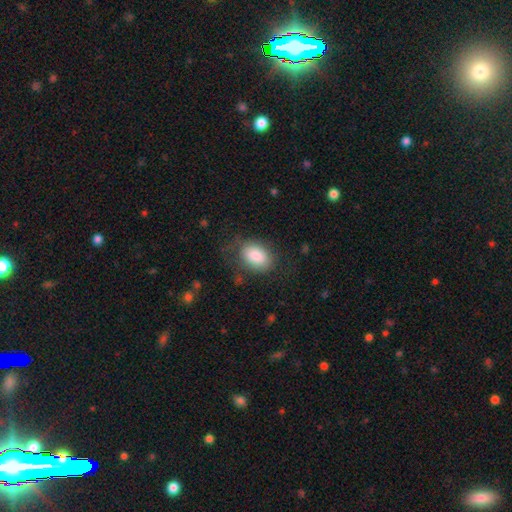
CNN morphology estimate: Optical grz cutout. It shows a smooth galaxy with no disk features (84%) that is in between round and cigar-shaped (83%). Merging: none (68%).